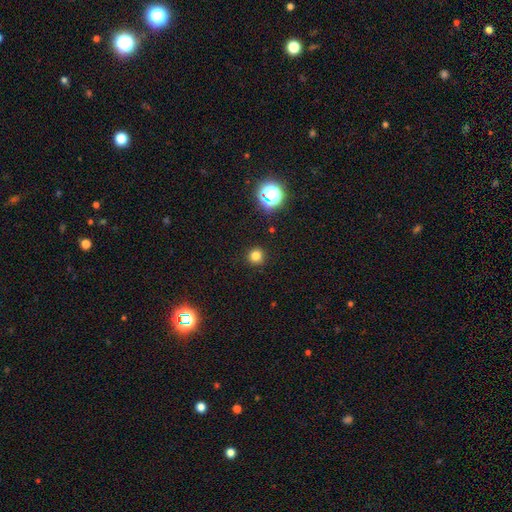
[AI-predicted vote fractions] Smooth or featured: smooth — 78% (star or artifact — 17%)
How rounded: round — 93% (in between — 6%)
Merging: none — 90% (minor disturbance — 6%)